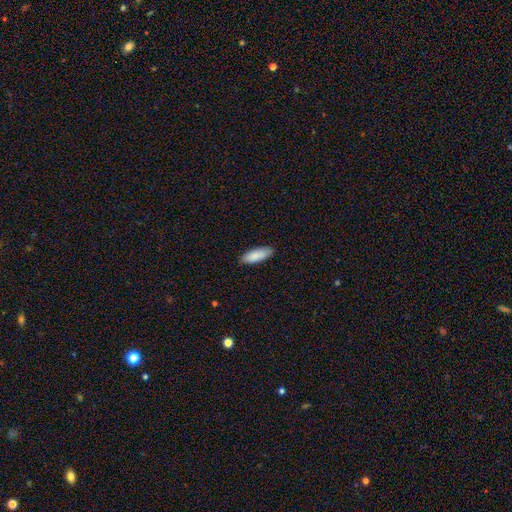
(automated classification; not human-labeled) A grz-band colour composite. It shows a smooth galaxy with no disk features (87%) that is in between round and cigar-shaped (67%). Merging: none (87%).